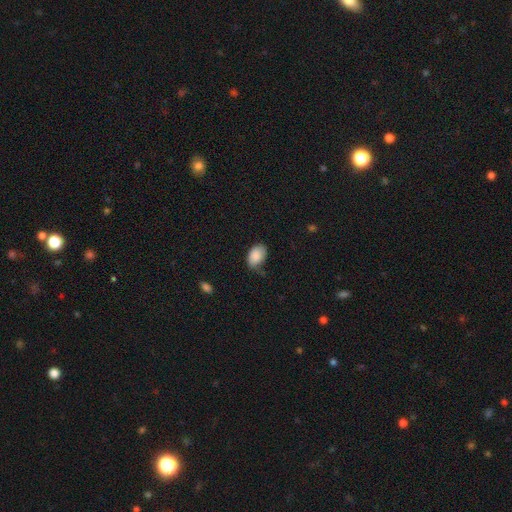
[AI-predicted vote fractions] Q: Smooth or featured?
A: smooth (86%); runner-up: star or artifact (7%)
Q: How rounded?
A: in between (87%); runner-up: round (12%)
Q: Merging?
A: none (54%); runner-up: minor disturbance (34%)